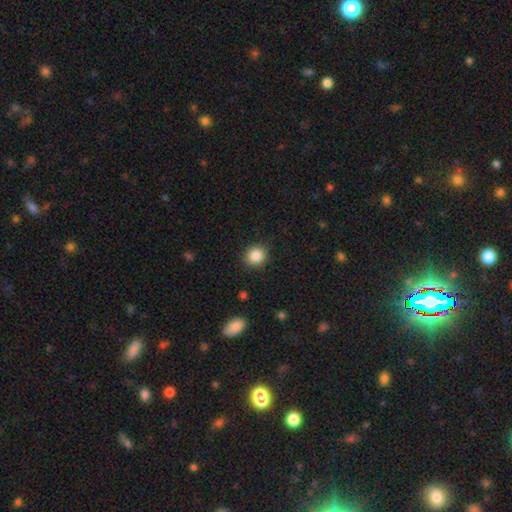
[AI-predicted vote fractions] smooth-or-featured: smooth: 86% | star or artifact: 9% | featured or disk: 4%
  how-rounded: round: 86% | in between: 13% | cigar-shaped: 1%
  merging: none: 89% | minor disturbance: 7% | major disturbance: 2% | merger: 1%